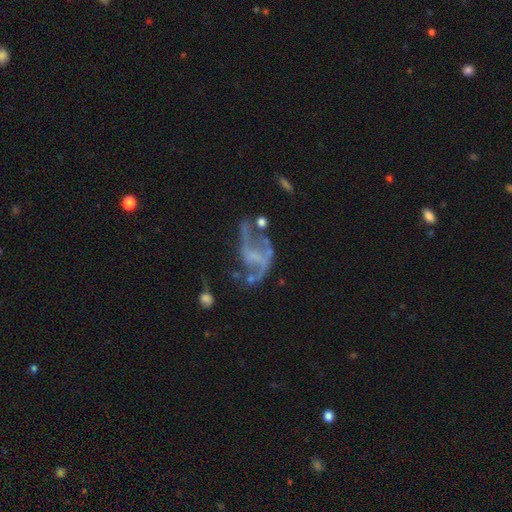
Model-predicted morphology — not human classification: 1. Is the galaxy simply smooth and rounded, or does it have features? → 76% featured or disk, 13% star or artifact, 12% smooth.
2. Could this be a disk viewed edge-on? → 97% no, 3% yes.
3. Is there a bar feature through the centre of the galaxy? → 52% no, 33% weak, 15% strong.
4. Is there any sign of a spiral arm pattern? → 64% yes, 36% no.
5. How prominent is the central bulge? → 63% none, 23% small, 10% moderate, 2% large, 1% dominant.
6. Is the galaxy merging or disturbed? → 38% major disturbance, 30% none, 18% minor disturbance, 14% merger.